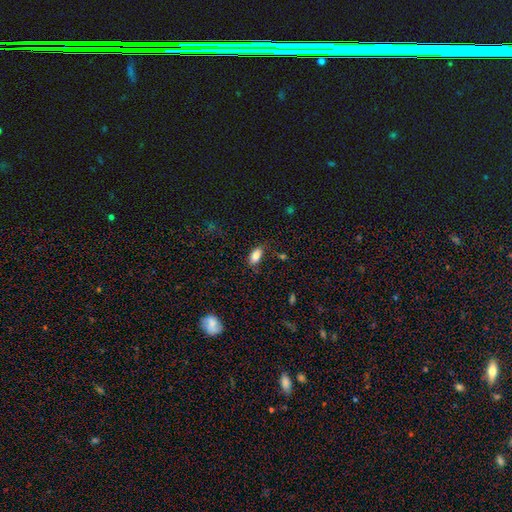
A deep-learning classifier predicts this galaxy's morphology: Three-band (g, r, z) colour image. It shows a smooth galaxy with no disk features (84%) that is in between round and cigar-shaped (90%). Merging: none (78%).